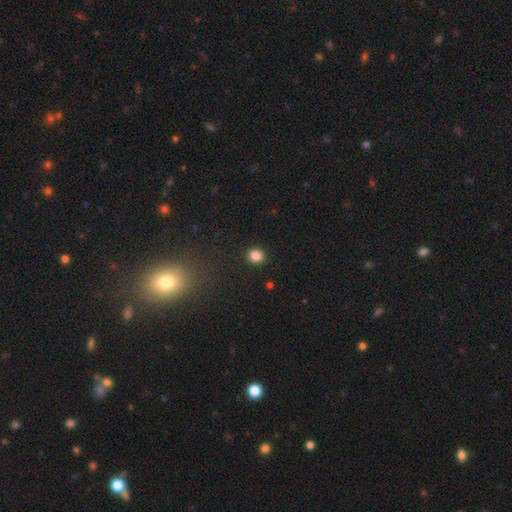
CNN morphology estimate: Overall: smooth (84%). How rounded: round (82%). Merging: none (92%).